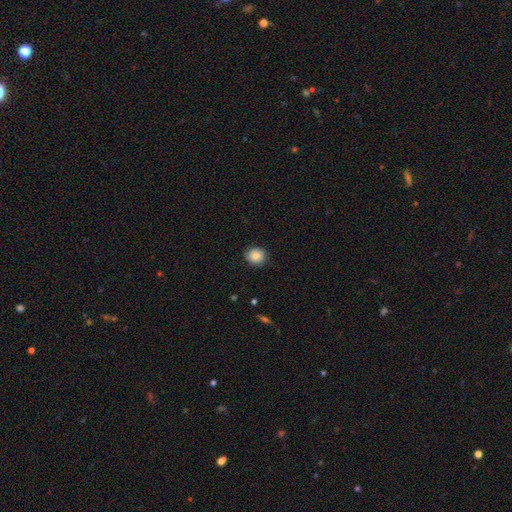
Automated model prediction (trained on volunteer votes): Smooth or featured?
  - smooth: 85% *
  - star or artifact: 9%
  - featured or disk: 6%
How rounded?
  - round: 82% *
  - in between: 17%
  - cigar-shaped: 1%
Merging?
  - none: 87% *
  - minor disturbance: 10%
  - major disturbance: 2%
  - merger: 1%